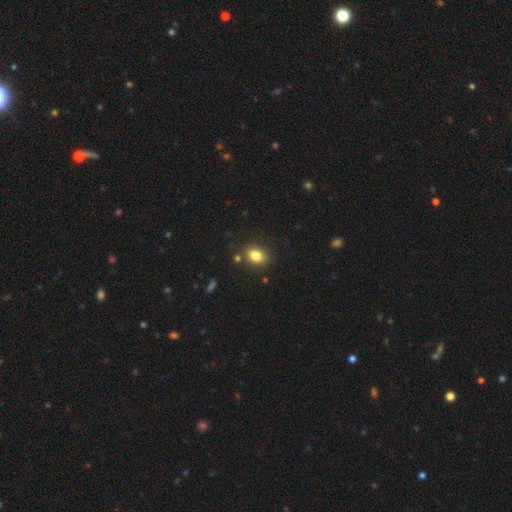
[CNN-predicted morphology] A smooth galaxy with no disk features (83%) that is in between round and cigar-shaped (66%). Merging: none (82%).